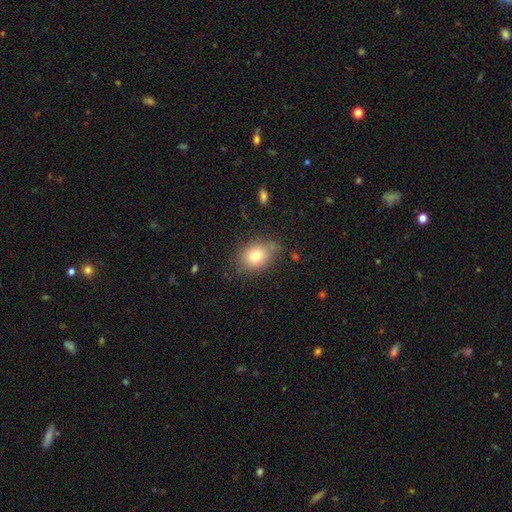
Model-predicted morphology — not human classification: type=smooth (77%); roundness=in between (55%); merging=none (76%).